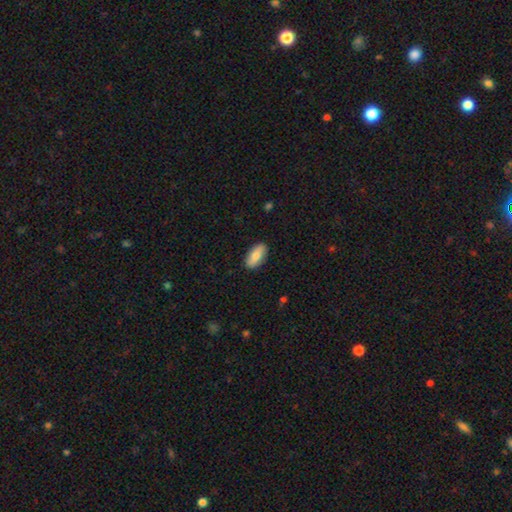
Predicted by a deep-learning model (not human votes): This appears to be a smooth galaxy with no disk features (75%) that is in between round and cigar-shaped (89%). Merging: none (88%).